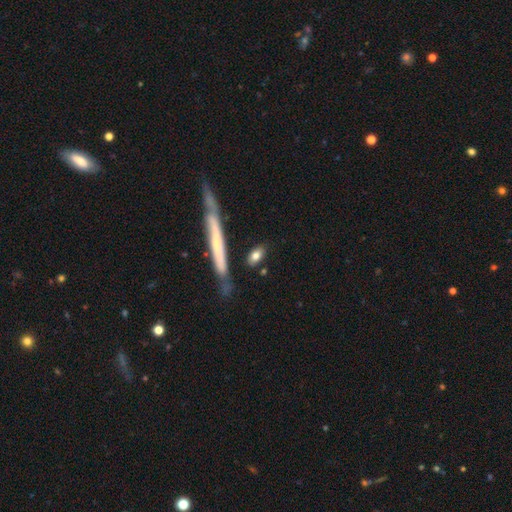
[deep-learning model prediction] A smooth galaxy with no disk features (76%) that is in between round and cigar-shaped (68%).

Vote fractions:
- Smooth or featured? smooth: 76% / featured or disk: 18% / star or artifact: 6%
- How rounded? in between: 68% / cigar-shaped: 25% / round: 7%
- Merging? none: 74% / minor disturbance: 14% / merger: 8% / major disturbance: 4%